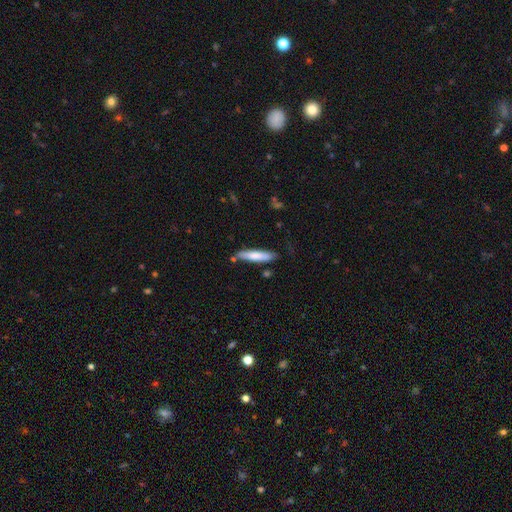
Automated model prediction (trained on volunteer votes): Smooth or featured? Predicted: smooth (p=0.74). How rounded? Predicted: cigar-shaped (p=0.85). Merging? Predicted: none (p=0.77).